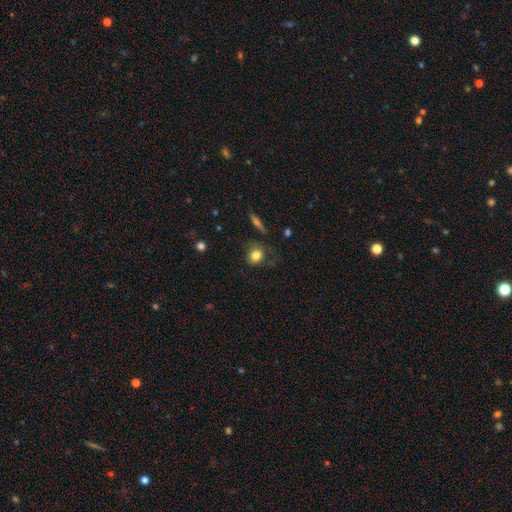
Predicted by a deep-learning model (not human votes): smooth-or-featured: smooth: 80% | featured or disk: 11% | star or artifact: 9%
  how-rounded: round: 73% | in between: 25% | cigar-shaped: 2%
  merging: none: 66% | minor disturbance: 22% | major disturbance: 9% | merger: 2%